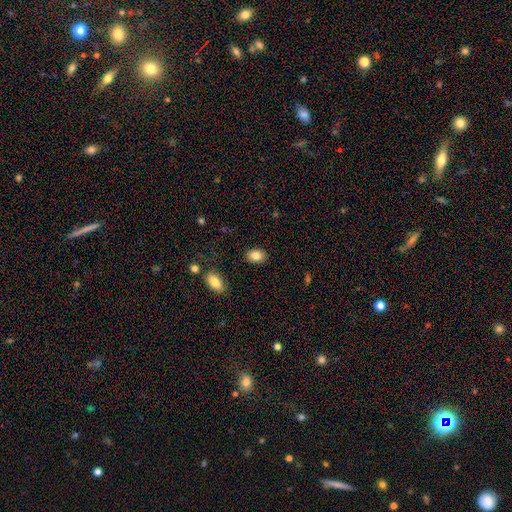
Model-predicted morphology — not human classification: The model was most divided on "how rounded": in between: 77%, round: 22%, cigar-shaped: 1%. More confident: merging — none (88%); smooth or featured — smooth (83%).